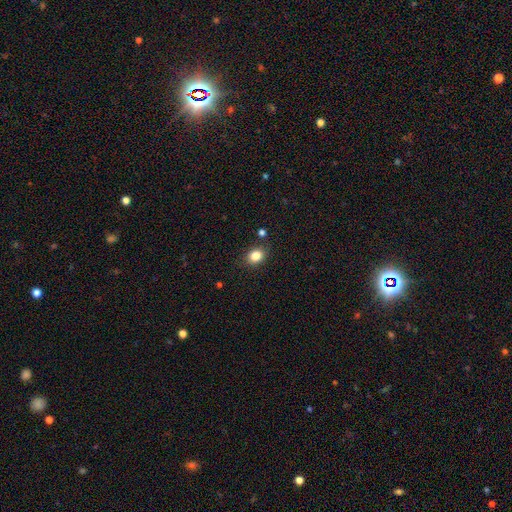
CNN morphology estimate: type=smooth (84%); roundness=in between (51%); merging=none (84%).